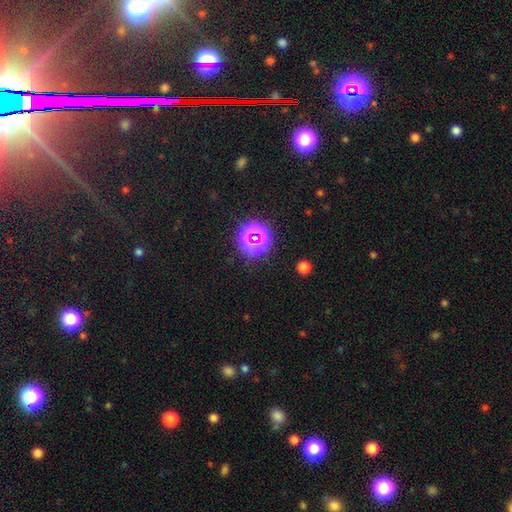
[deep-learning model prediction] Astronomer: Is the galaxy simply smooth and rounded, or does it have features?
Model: star or artifact — 80%.